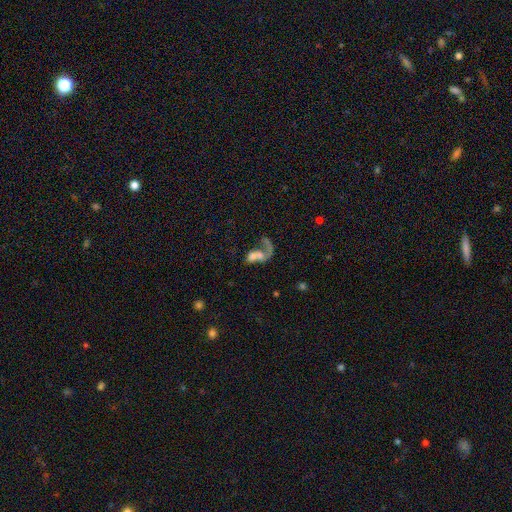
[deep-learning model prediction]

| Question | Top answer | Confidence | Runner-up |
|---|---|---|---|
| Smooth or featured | featured or disk | 52% | smooth (36%) |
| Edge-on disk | no | 96% | yes (4%) |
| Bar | no | 78% | weak (17%) |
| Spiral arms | yes | 53% | no (47%) |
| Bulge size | none | 30% | moderate (28%) |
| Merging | merger | 56% | major disturbance (23%) |